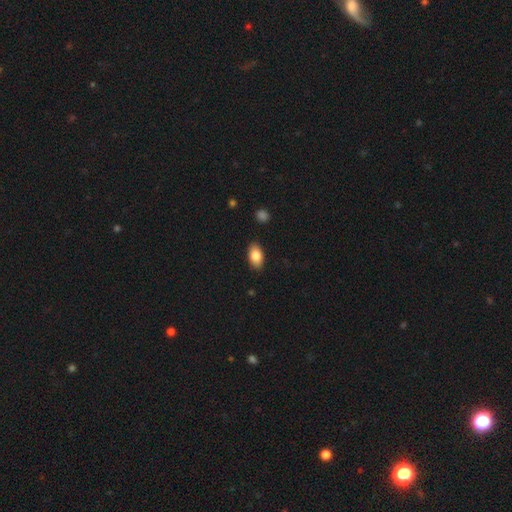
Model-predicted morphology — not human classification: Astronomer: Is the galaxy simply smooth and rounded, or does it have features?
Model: smooth — 84%.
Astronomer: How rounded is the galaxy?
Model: in between — 92%.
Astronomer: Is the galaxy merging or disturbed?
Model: none — 87%.